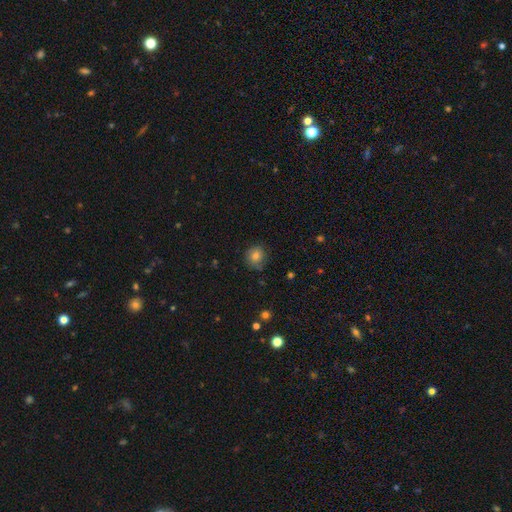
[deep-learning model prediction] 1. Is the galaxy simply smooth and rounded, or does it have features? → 79% smooth, 11% star or artifact, 9% featured or disk.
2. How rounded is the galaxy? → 86% round, 14% in between, 1% cigar-shaped.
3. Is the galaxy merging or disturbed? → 77% none, 17% minor disturbance, 4% major disturbance, 2% merger.